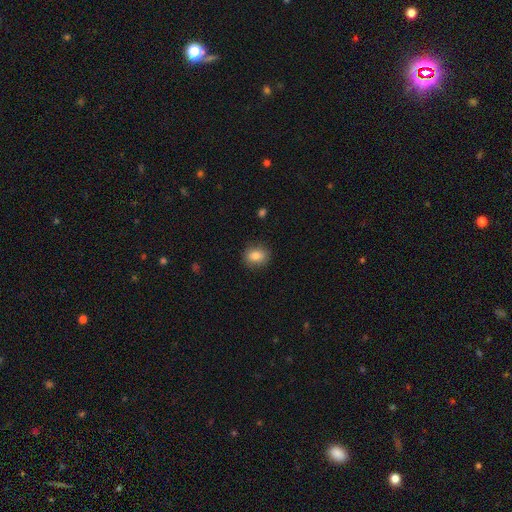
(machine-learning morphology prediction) Overall: smooth (85%). How rounded: round (51%; in between 48%). Merging: none (84%).